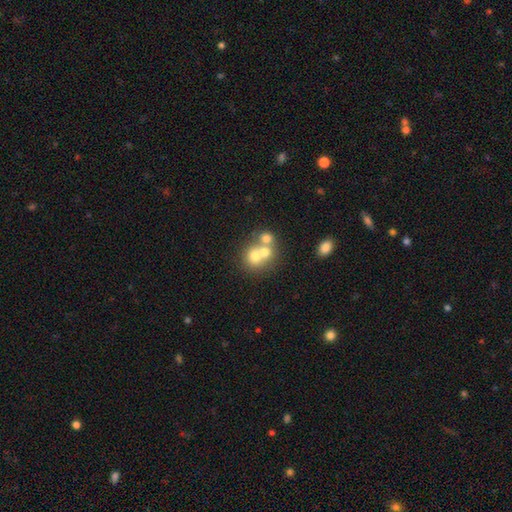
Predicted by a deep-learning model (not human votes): This appears to be a smooth galaxy with no disk features (65%) that is round (80%). Merging: merger (56%).